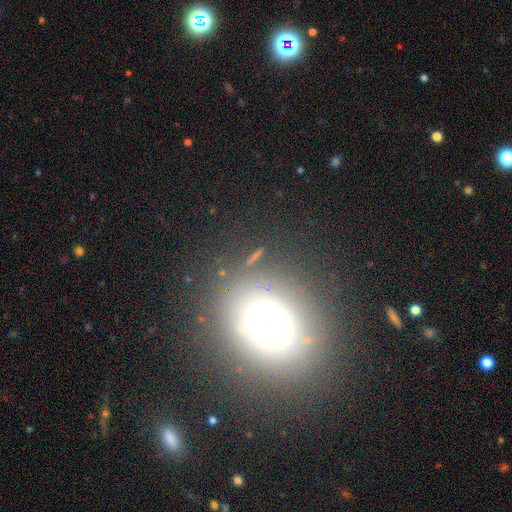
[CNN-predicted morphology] type=smooth (43%); merging=none (79%).